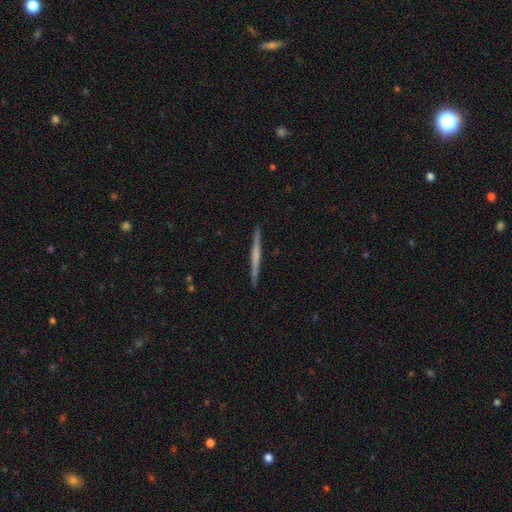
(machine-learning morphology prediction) smooth_or_featured: featured or disk (p=0.58) [alt: smooth p=0.37]
disk_edge_on: yes (p=0.98) [alt: no p=0.02]
edge_on_bulge: none (p=0.71) [alt: rounded p=0.19]
merging: none (p=0.92) [alt: minor disturbance p=0.06]